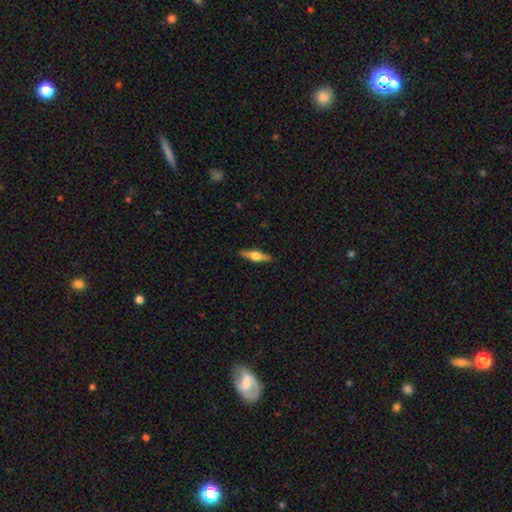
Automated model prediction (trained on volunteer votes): Smooth or featured?
  - featured or disk: 61% *
  - smooth: 33%
  - star or artifact: 6%
Edge-on disk?
  - yes: 96% *
  - no: 4%
Edge-on bulge?
  - rounded: 93% *
  - boxy: 5%
  - none: 2%
Merging?
  - none: 90% *
  - minor disturbance: 7%
  - major disturbance: 2%
  - merger: 1%